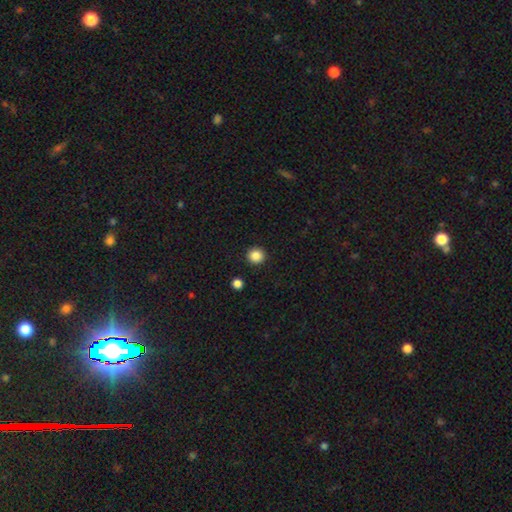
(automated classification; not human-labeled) A smooth galaxy with no disk features (87%) that is round (94%). Merging: none (92%).